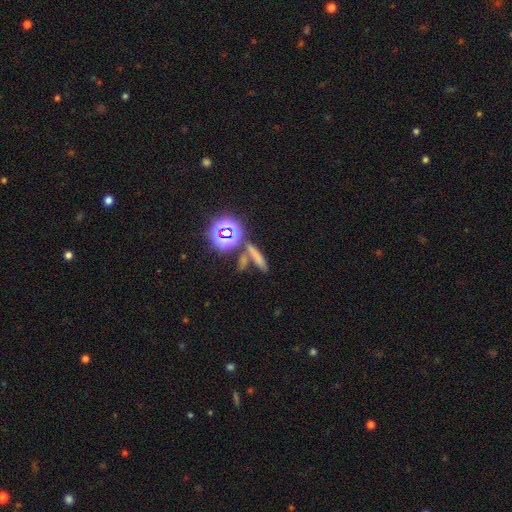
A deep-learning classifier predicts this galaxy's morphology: smooth-or-featured: smooth: 61% | star or artifact: 26% | featured or disk: 13%
  how-rounded: cigar-shaped: 65% | in between: 21% | round: 14%
  merging: none: 58% | merger: 26% | minor disturbance: 10% | major disturbance: 5%